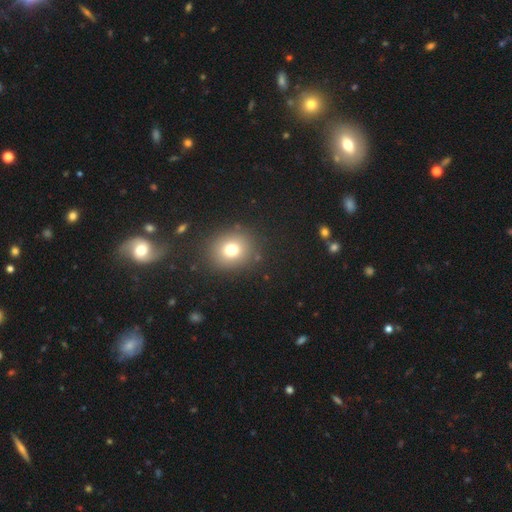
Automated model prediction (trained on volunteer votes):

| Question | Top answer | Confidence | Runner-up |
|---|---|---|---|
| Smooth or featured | smooth | 63% | star or artifact (26%) |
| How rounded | round | 81% | in between (18%) |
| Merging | none | 85% | minor disturbance (8%) |